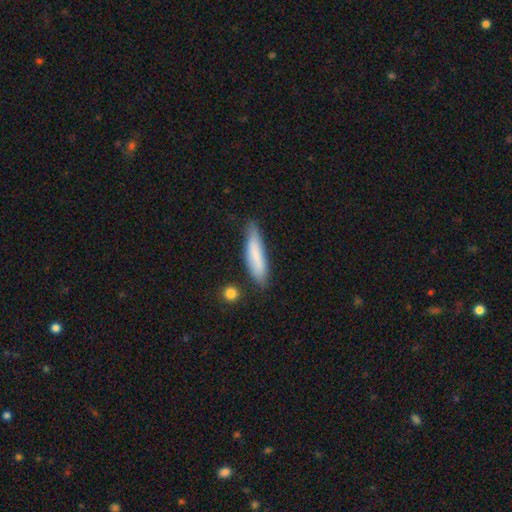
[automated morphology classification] This appears to be a smooth galaxy with no disk features (78%) that is cigar-shaped (77%). Merging: none (73%).